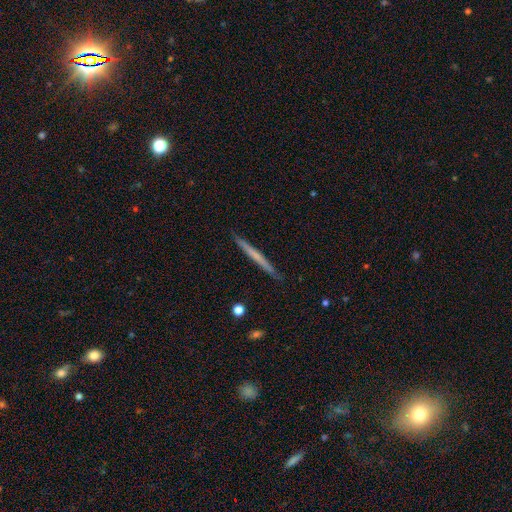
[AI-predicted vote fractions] Smooth or featured: smooth — 48% (featured or disk — 47%)
Merging: none — 91% (minor disturbance — 7%)